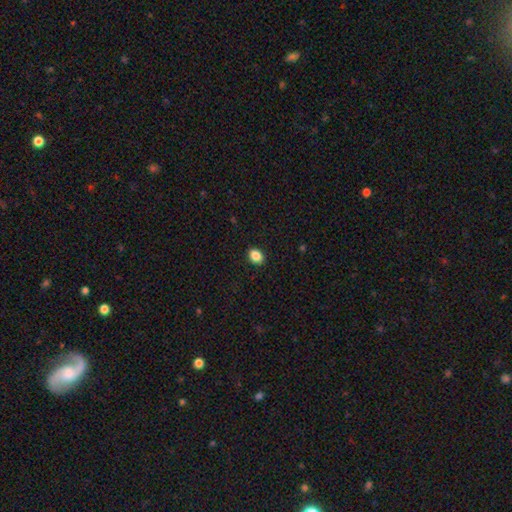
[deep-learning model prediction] smooth 87%, star or artifact 9%, featured or disk 4%. Down the decision tree: how rounded — in between (62%); merging — none (91%).